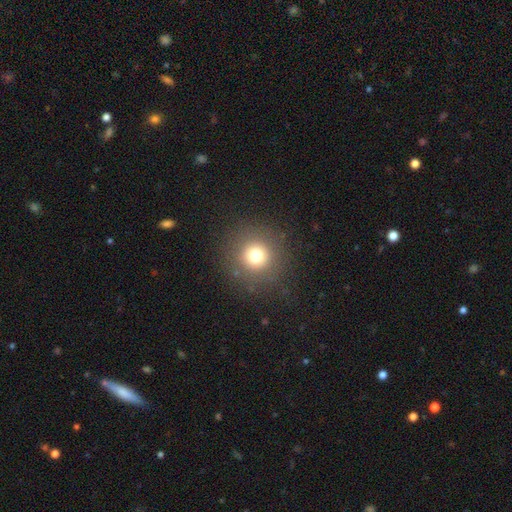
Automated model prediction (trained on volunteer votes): smooth-or-featured: smooth: 73% | star or artifact: 16% | featured or disk: 11%
  how-rounded: round: 95% | in between: 4% | cigar-shaped: 1%
  merging: none: 88% | minor disturbance: 7% | major disturbance: 4% | merger: 1%